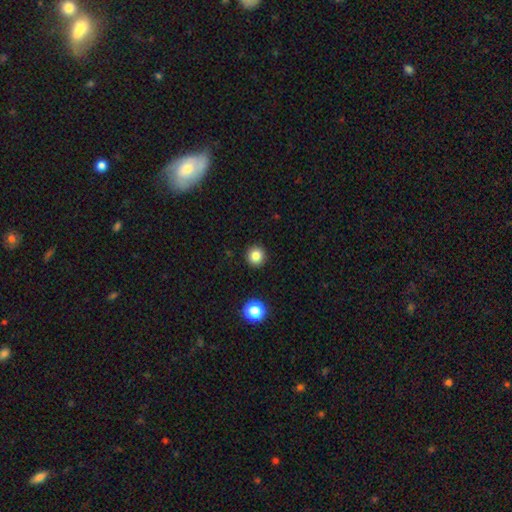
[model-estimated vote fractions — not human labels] A smooth galaxy with no disk features (82%) that is round (94%).

Vote fractions:
- Smooth or featured? smooth: 82% / star or artifact: 12% / featured or disk: 6%
- How rounded? round: 94% / in between: 5% / cigar-shaped: 1%
- Merging? none: 92% / minor disturbance: 5% / major disturbance: 2% / merger: 1%